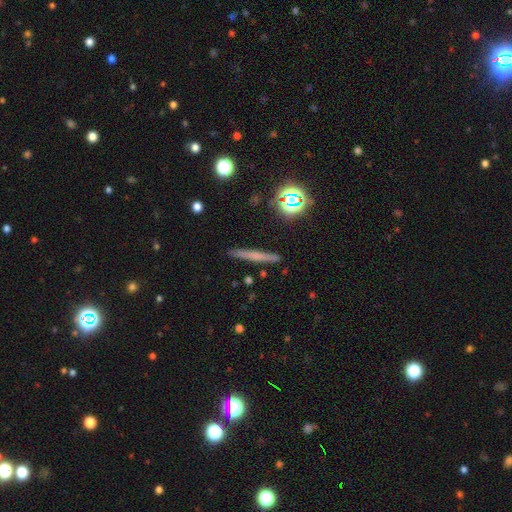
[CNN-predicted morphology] This is possibly a smooth galaxy (52%). How rounded: clearly cigar-shaped (93%). Merging: clearly none (89%).